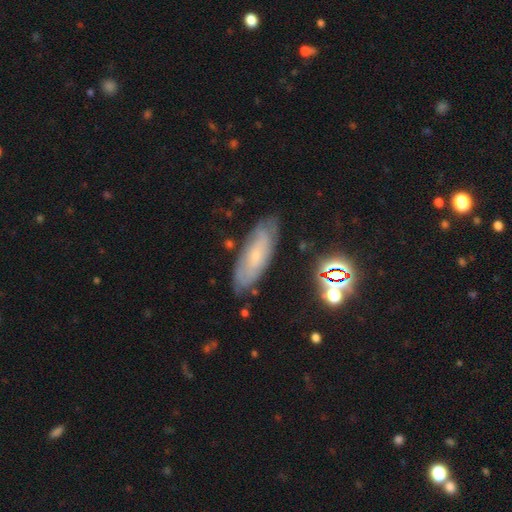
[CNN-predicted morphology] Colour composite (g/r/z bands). It shows a featured or disk galaxy (54%). Merging: none (77%).